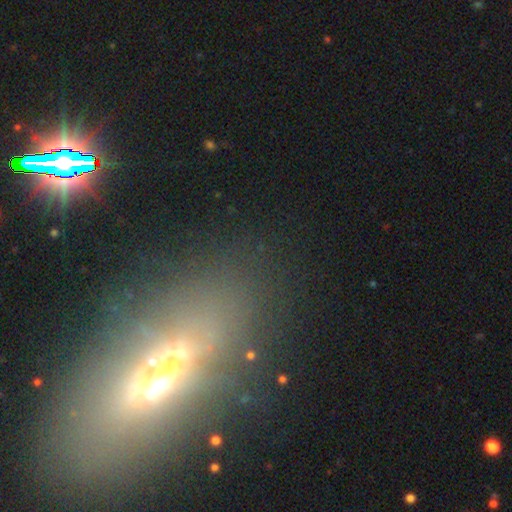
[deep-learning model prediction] smooth-or-featured: star or artifact: 38% | featured or disk: 37% | smooth: 25%